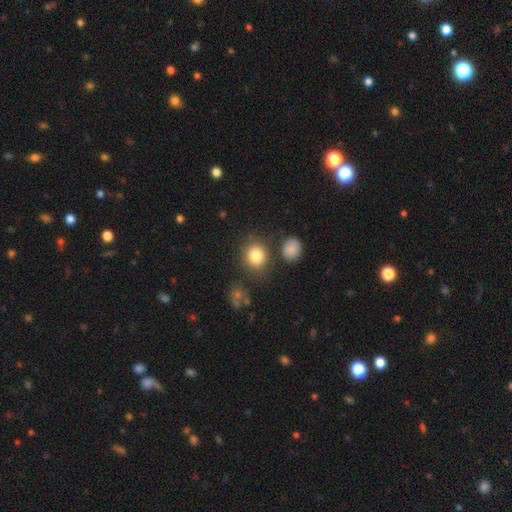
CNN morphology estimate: This is clearly a smooth galaxy (83%). How rounded: likely round (67%). Merging: likely none (76%).